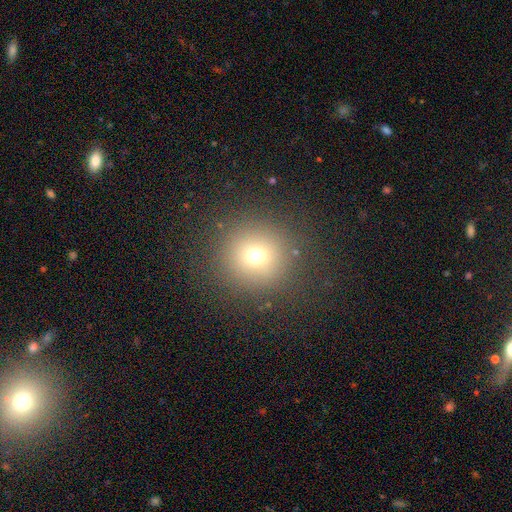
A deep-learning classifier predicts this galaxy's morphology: A smooth galaxy with no disk features (69%) that is round (94%).

Vote fractions:
- Smooth or featured? smooth: 69% / star or artifact: 20% / featured or disk: 11%
- How rounded? round: 94% / in between: 5% / cigar-shaped: 1%
- Merging? none: 87% / minor disturbance: 7% / major disturbance: 4% / merger: 1%